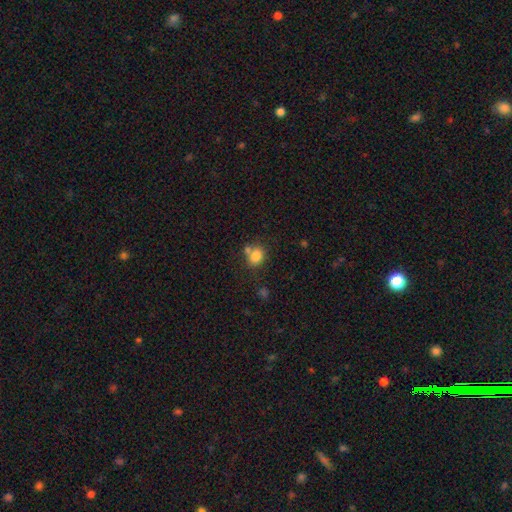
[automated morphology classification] smooth_or_featured: smooth (p=0.81) [alt: star or artifact p=0.11]
how_rounded: round (p=0.60) [alt: in between p=0.39]
merging: none (p=0.58) [alt: merger p=0.25]